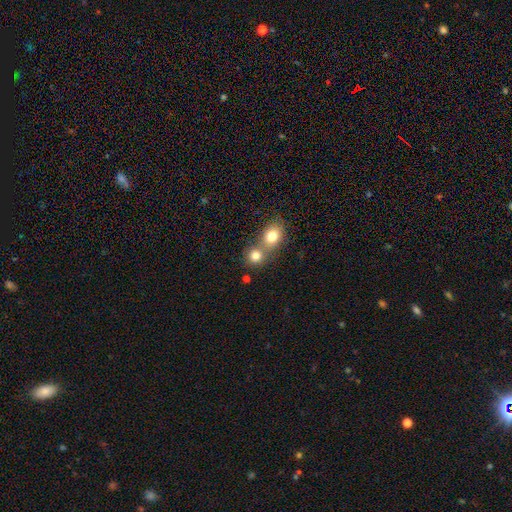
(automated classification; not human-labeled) A smooth galaxy with no disk features (80%) that is round (77%).

Vote fractions:
- Smooth or featured? smooth: 80% / star or artifact: 11% / featured or disk: 9%
- How rounded? round: 77% / in between: 22% / cigar-shaped: 1%
- Merging? merger: 54% / none: 38% / minor disturbance: 6% / major disturbance: 2%